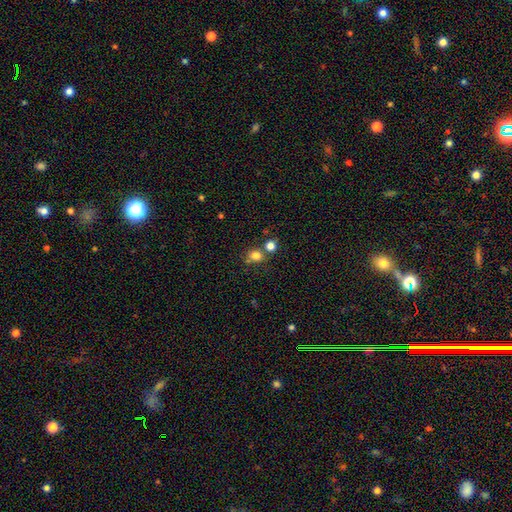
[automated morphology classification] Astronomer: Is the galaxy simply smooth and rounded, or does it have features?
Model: smooth — 79%.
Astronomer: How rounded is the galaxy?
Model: round — 72%.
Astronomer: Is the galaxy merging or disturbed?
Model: none — 61%.